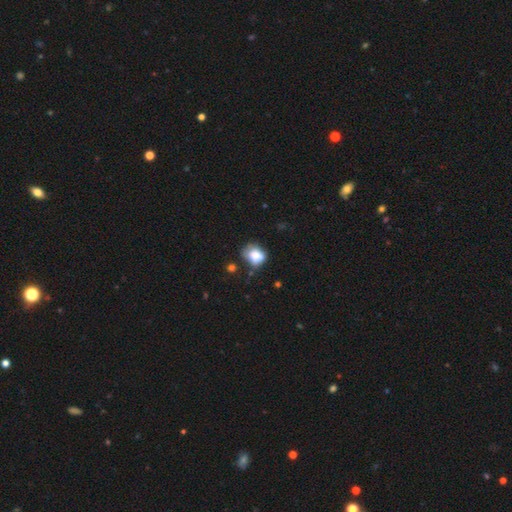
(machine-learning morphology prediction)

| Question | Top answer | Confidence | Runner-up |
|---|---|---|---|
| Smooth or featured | smooth | 75% | featured or disk (15%) |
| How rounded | in between | 50% | round (49%) |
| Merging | none | 40% | minor disturbance (34%) |